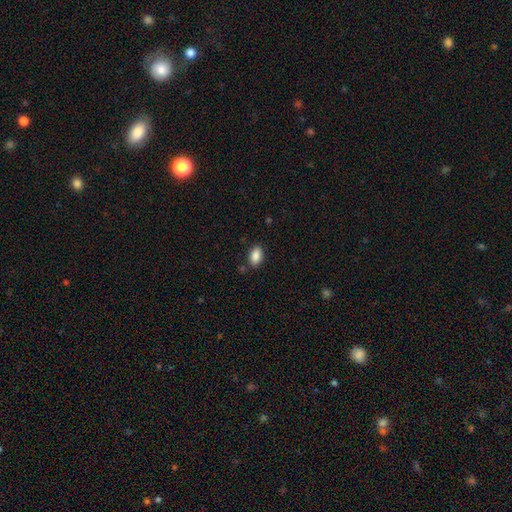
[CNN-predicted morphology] smooth 88%, star or artifact 8%, featured or disk 4%. Down the decision tree: how rounded — in between (90%); merging — none (85%).